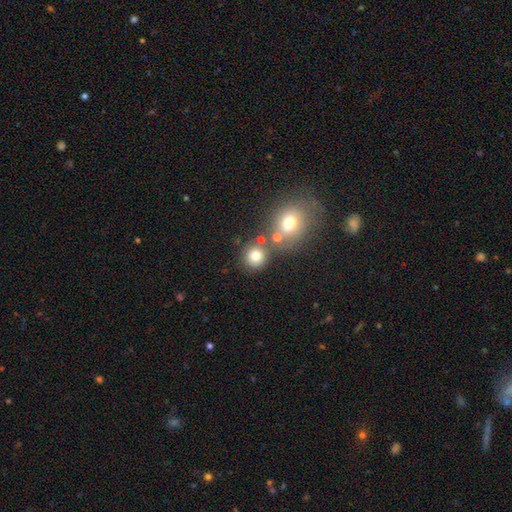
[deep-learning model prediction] Smooth or featured?
  - smooth: 78% *
  - star or artifact: 13%
  - featured or disk: 9%
How rounded?
  - round: 87% *
  - in between: 12%
  - cigar-shaped: 1%
Merging?
  - none: 64% *
  - merger: 22%
  - minor disturbance: 10%
  - major disturbance: 5%